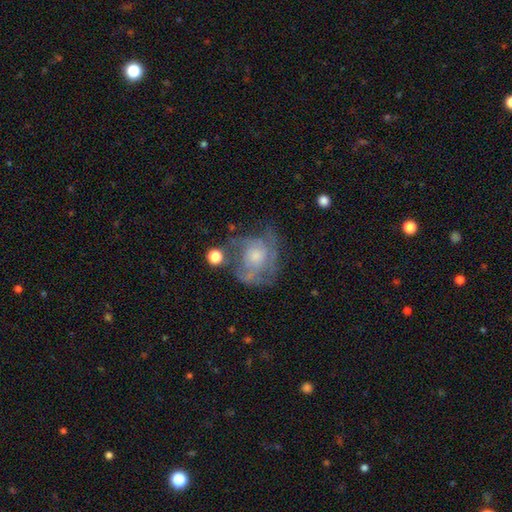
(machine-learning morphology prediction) Smooth or featured? Predicted: featured or disk (p=0.67). Edge-on disk? Predicted: no (p=0.97). Bar? Predicted: no (p=0.80). Spiral arms? Predicted: yes (p=0.70). Bulge size? Predicted: moderate (p=0.43). Merging? Predicted: none (p=0.47).